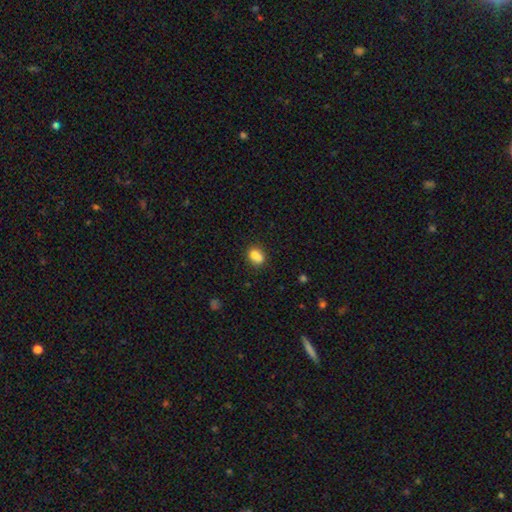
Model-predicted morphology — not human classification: Overall: smooth (76%). How rounded: round (50%; in between 49%). Merging: none (42%, tied with merger).